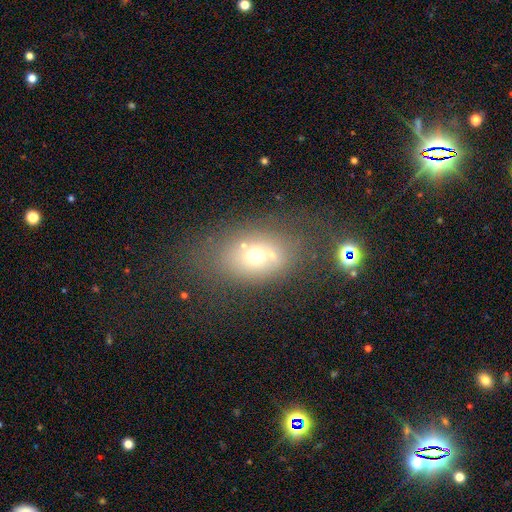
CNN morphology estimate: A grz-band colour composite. It shows a smooth galaxy with no disk features (58%) that is in between round and cigar-shaped (61%). Merging: none (50%).